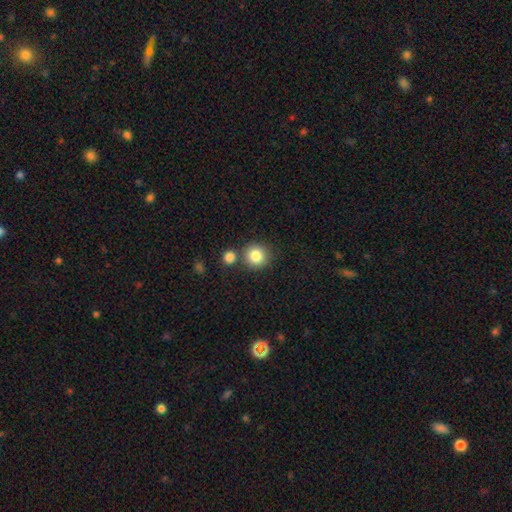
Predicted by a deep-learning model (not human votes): Smooth or featured?
  - smooth: 84% *
  - star or artifact: 10%
  - featured or disk: 6%
How rounded?
  - round: 92% *
  - in between: 8%
  - cigar-shaped: 1%
Merging?
  - none: 73% *
  - merger: 16%
  - minor disturbance: 8%
  - major disturbance: 3%